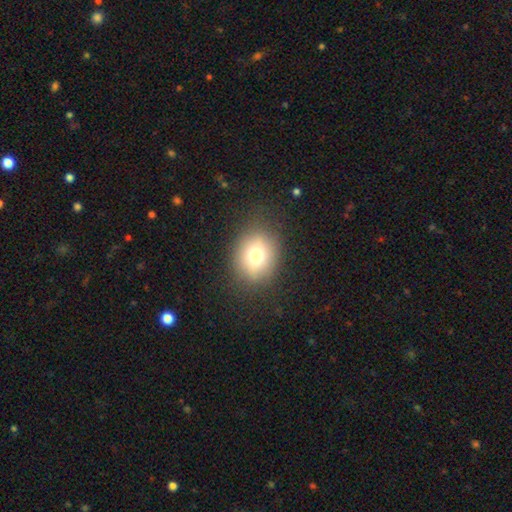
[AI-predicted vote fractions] smooth-or-featured: smooth: 73% | featured or disk: 14% | star or artifact: 13%
  how-rounded: round: 58% | in between: 41% | cigar-shaped: 1%
  merging: none: 82% | minor disturbance: 11% | major disturbance: 5% | merger: 1%